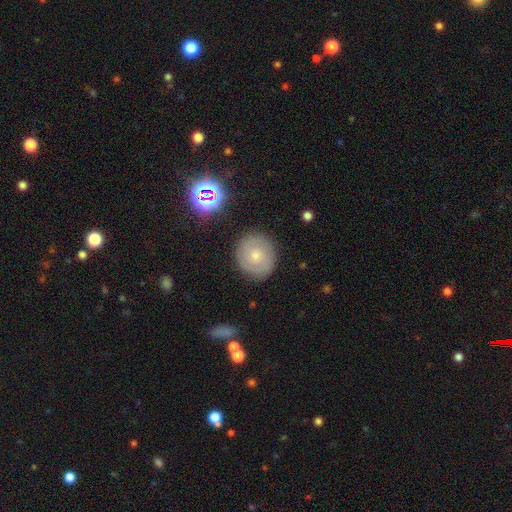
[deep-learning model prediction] Smooth or featured?
  - smooth: 47% *
  - featured or disk: 44%
  - star or artifact: 9%
Merging?
  - none: 86% *
  - minor disturbance: 10%
  - major disturbance: 3%
  - merger: 1%